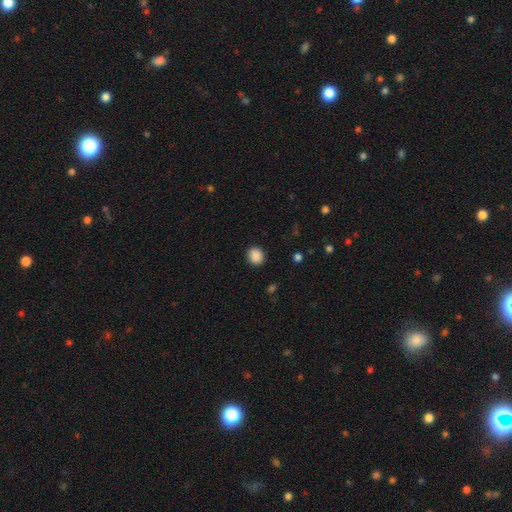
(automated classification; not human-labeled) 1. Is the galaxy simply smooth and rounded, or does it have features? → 89% smooth, 9% star or artifact, 3% featured or disk.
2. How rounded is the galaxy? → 76% round, 23% in between, 1% cigar-shaped.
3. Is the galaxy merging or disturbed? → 89% none, 8% minor disturbance, 2% major disturbance, 1% merger.